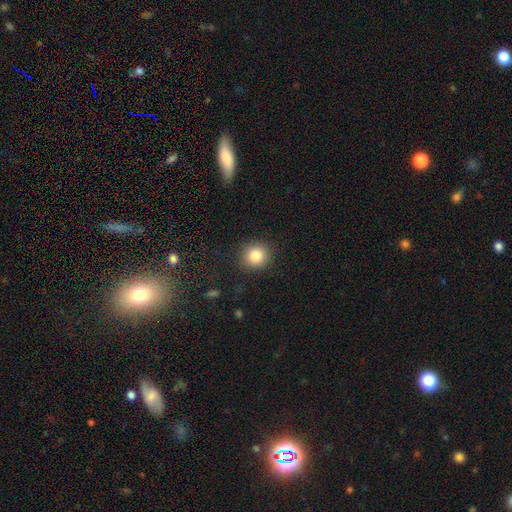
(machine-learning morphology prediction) A smooth galaxy with no disk features (84%) that is round (88%). Merging: none (90%).